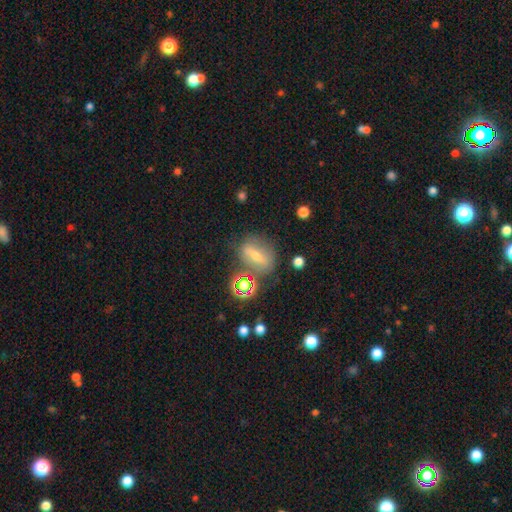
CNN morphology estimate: Smooth or featured? featured or disk (44%)
Merging? none (69%)